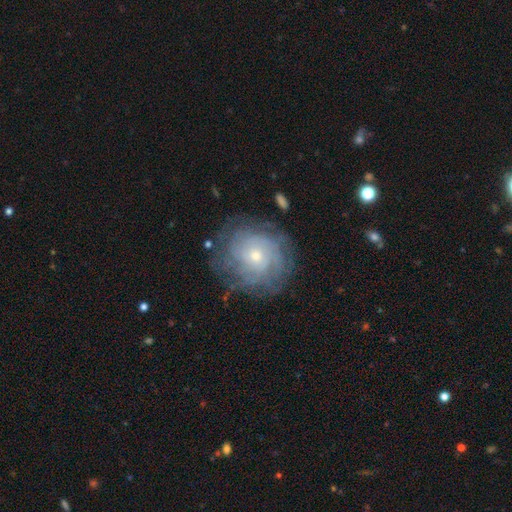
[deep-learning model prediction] A featured or disk galaxy (71%) with no bar (79%), tight (72%) spiral arms (87%) and a small central bulge (58%). Merging: none (76%).